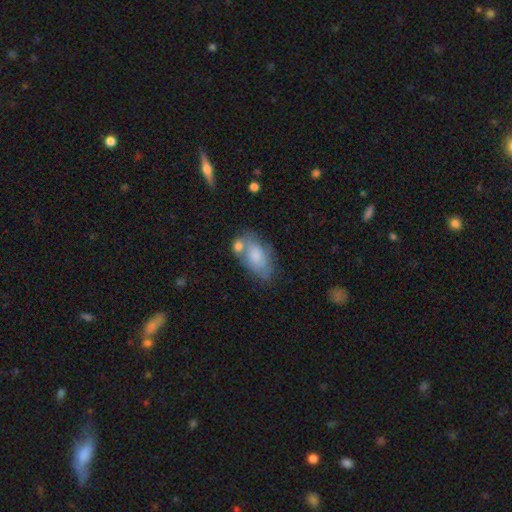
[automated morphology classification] A smooth galaxy with no disk features (68%) that is in between round and cigar-shaped (92%).

Vote fractions:
- Smooth or featured? smooth: 68% / featured or disk: 24% / star or artifact: 7%
- How rounded? in between: 92% / round: 5% / cigar-shaped: 3%
- Merging? none: 43% / merger: 26% / minor disturbance: 22% / major disturbance: 9%